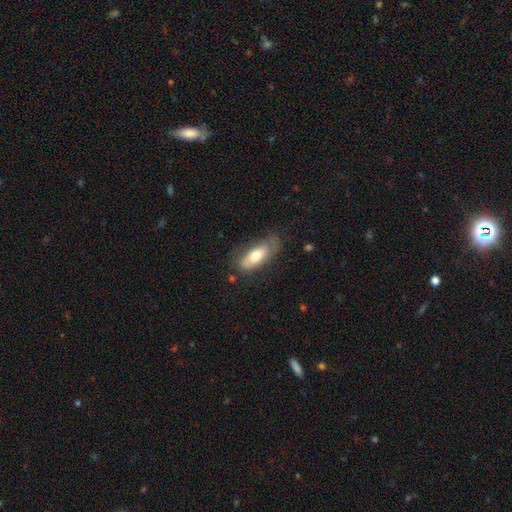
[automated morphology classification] Smooth or featured? Predicted: smooth (p=0.69). How rounded? Predicted: in between (p=0.77). Merging? Predicted: none (p=0.65).